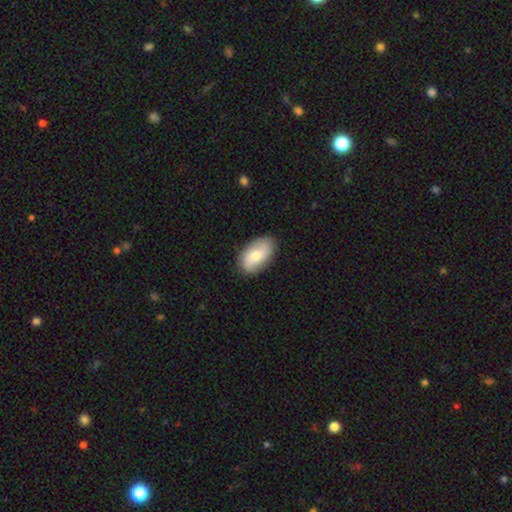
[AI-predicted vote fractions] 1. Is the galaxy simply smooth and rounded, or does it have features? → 60% smooth, 34% featured or disk, 6% star or artifact.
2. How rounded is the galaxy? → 93% in between, 5% round, 2% cigar-shaped.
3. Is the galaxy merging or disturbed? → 83% none, 13% minor disturbance, 3% major disturbance, 1% merger.